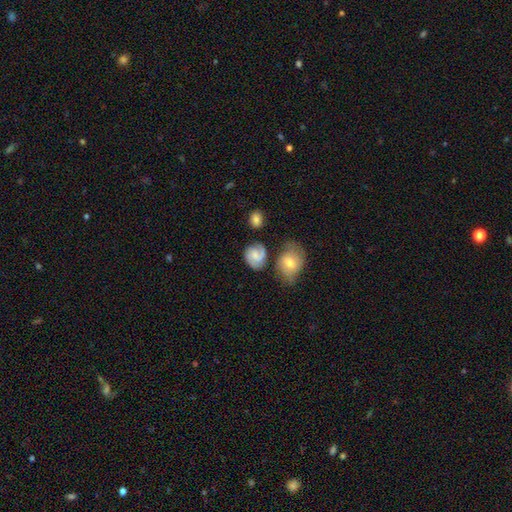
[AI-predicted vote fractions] A featured or disk galaxy (55%) with no bar (53%), spiral arms (90%) and a small central bulge (41%). Merging: none (61%).